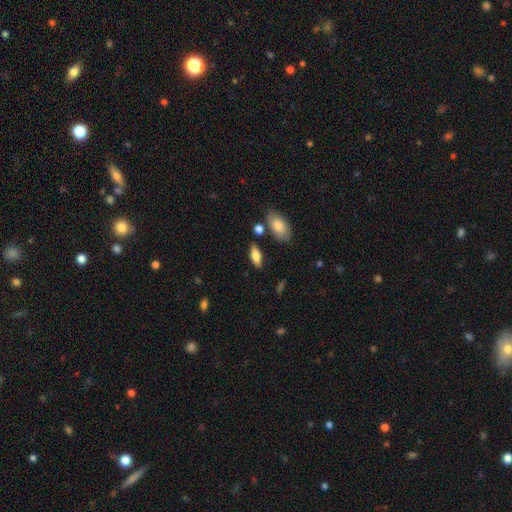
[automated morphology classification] Smooth or featured? smooth (69%)
How rounded? in between (73%)
Merging? none (80%)